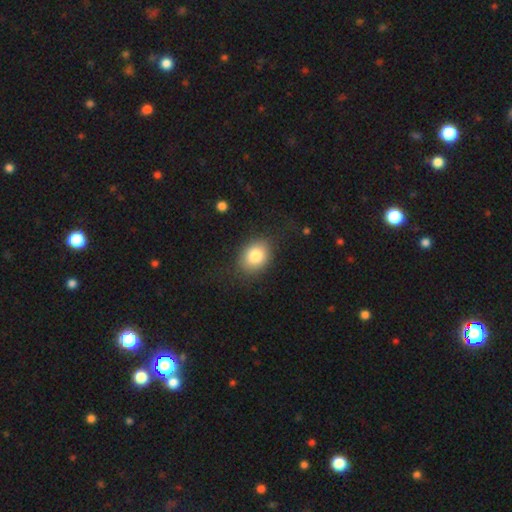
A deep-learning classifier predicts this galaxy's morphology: smooth 81%, featured or disk 10%, star or artifact 9%. Down the decision tree: how rounded — in between (59%); merging — none (82%).